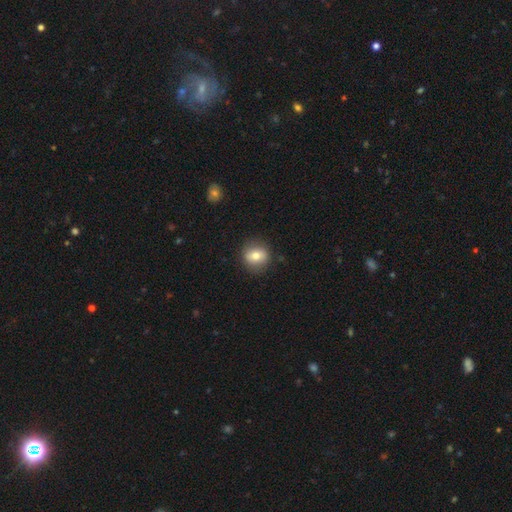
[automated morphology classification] A smooth galaxy with no disk features (73%) that is round (76%).

Vote fractions:
- Smooth or featured? smooth: 73% / featured or disk: 18% / star or artifact: 9%
- How rounded? round: 76% / in between: 23% / cigar-shaped: 1%
- Merging? none: 86% / minor disturbance: 10% / major disturbance: 3% / merger: 1%